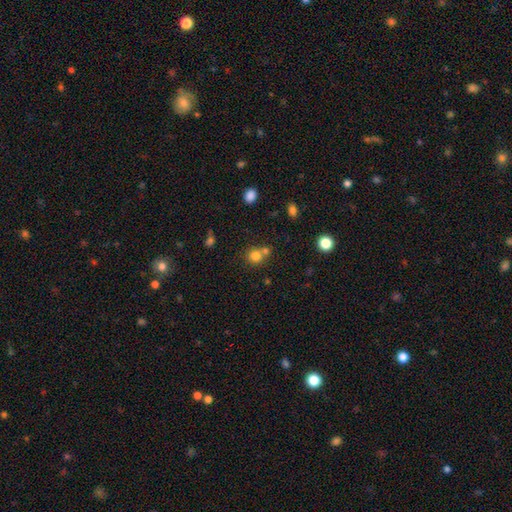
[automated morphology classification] This appears to be a smooth galaxy with no disk features (79%) that is round (85%). Merging: none (53%).